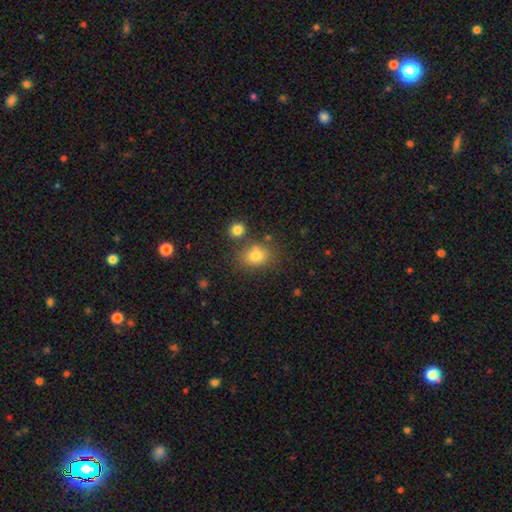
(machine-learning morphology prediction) This appears to be a smooth galaxy with no disk features (79%) that is round (51%). Merging: none (68%).